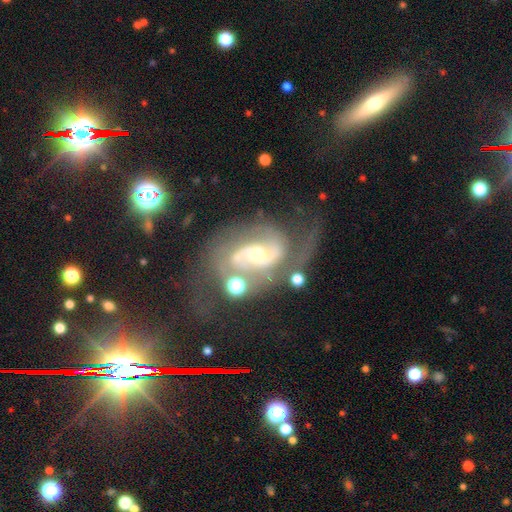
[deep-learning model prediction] This is clearly a featured or disk galaxy (87%). It is clearly not viewed edge-on (97%). Bar: marginally no (42%). Spiral arm pattern: clearly yes (96%). Spiral arm count: clearly 2 (81%). Spiral winding: possibly medium (52%). Central bulge: possibly small (48%). Merging: possibly none (47%).